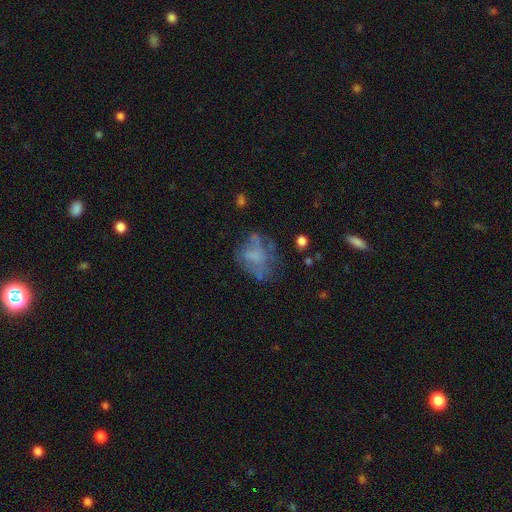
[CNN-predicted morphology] type=featured or disk (47%); merging=none (43%).